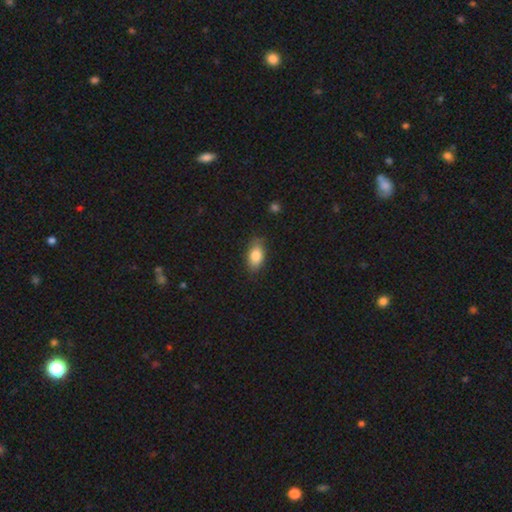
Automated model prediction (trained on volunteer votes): A smooth galaxy with no disk features (82%) that is in between round and cigar-shaped (90%). Merging: none (80%).